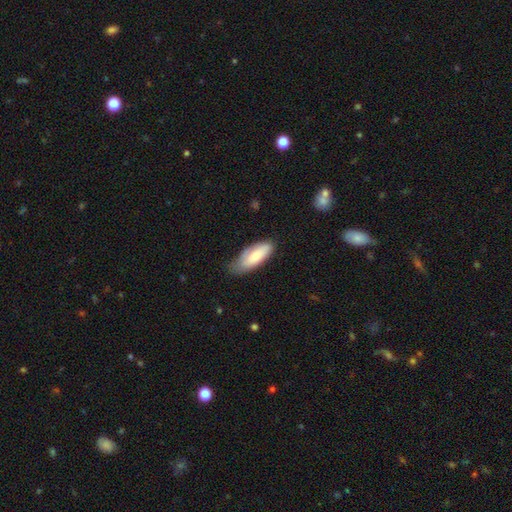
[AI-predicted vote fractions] Overall: smooth (76%). How rounded: in between (79%). Merging: none (52%; minor disturbance 37%).